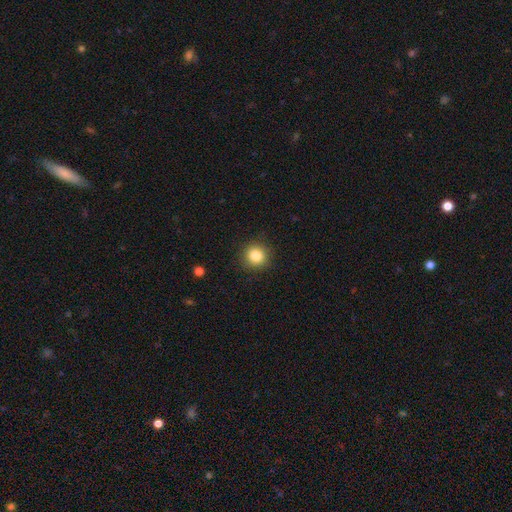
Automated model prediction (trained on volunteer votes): Overall: smooth (84%). How rounded: round (92%). Merging: none (91%).